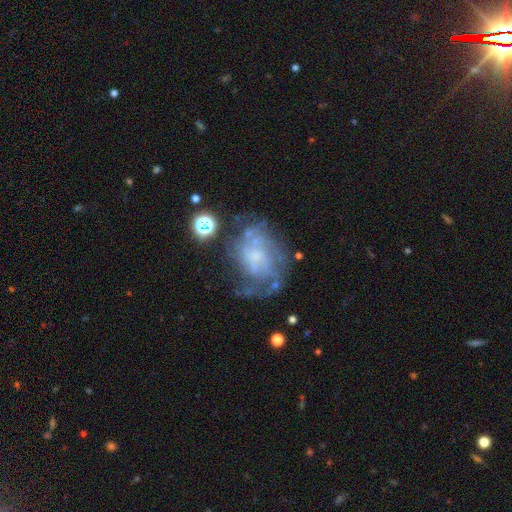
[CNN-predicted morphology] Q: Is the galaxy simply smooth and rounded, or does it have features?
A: featured or disk — 68%.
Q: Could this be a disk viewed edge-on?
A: no — 97%.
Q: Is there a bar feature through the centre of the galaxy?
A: no — 71%.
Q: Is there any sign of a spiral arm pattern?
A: yes — 65%.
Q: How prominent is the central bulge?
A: none — 40%.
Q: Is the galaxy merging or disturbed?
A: none — 45%.